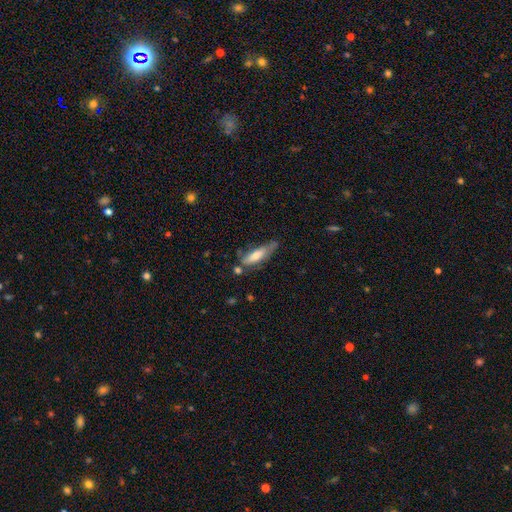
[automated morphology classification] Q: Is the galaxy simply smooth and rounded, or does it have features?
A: smooth — 62%.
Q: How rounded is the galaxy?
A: cigar-shaped — 61%.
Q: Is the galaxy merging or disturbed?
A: none — 50%.